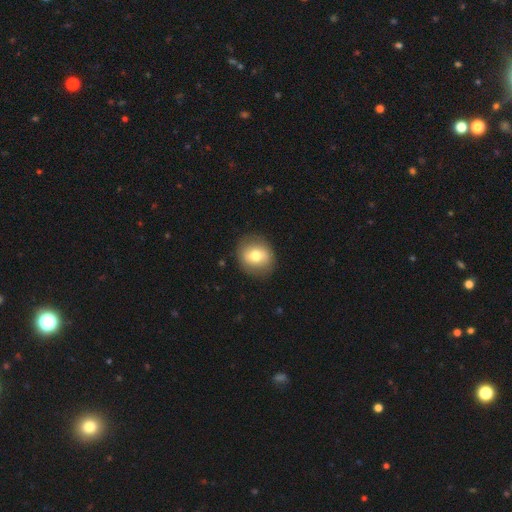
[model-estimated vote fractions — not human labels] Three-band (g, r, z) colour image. It shows a smooth galaxy with no disk features (71%) that is round (81%). Merging: none (86%).